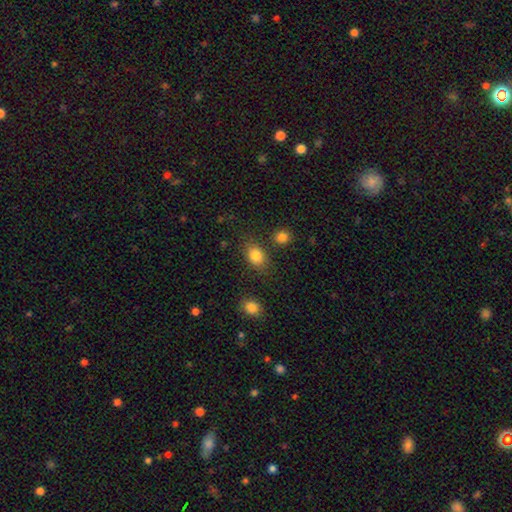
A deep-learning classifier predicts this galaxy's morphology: This is clearly a smooth galaxy (83%). How rounded: likely in between (64%). Merging: likely none (77%).